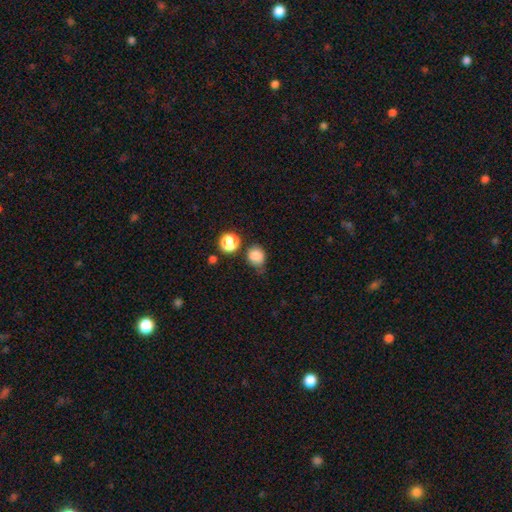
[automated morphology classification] Smooth or featured?
  - smooth: 83% *
  - star or artifact: 11%
  - featured or disk: 6%
How rounded?
  - round: 70% *
  - in between: 29%
  - cigar-shaped: 1%
Merging?
  - none: 64% *
  - minor disturbance: 23%
  - merger: 7%
  - major disturbance: 6%